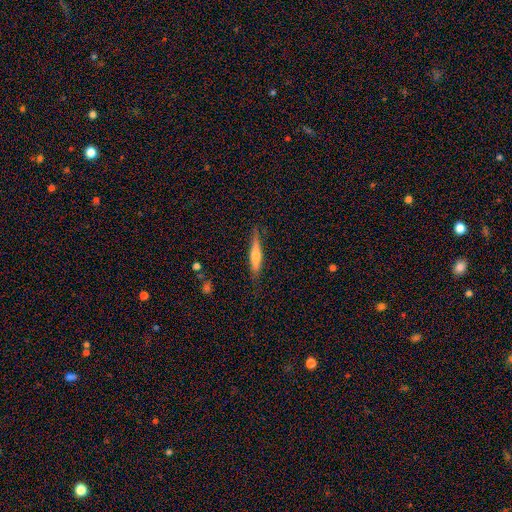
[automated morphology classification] Q: Smooth or featured?
A: smooth (50%); runner-up: featured or disk (44%)
Q: Merging?
A: none (81%); runner-up: minor disturbance (15%)